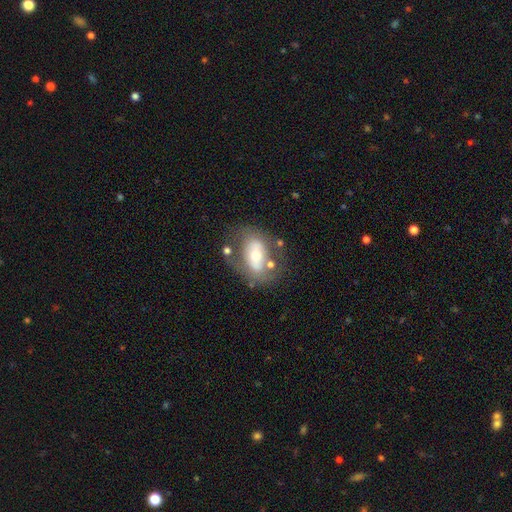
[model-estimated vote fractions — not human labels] A featured or disk galaxy (54%). Merging: none (58%).